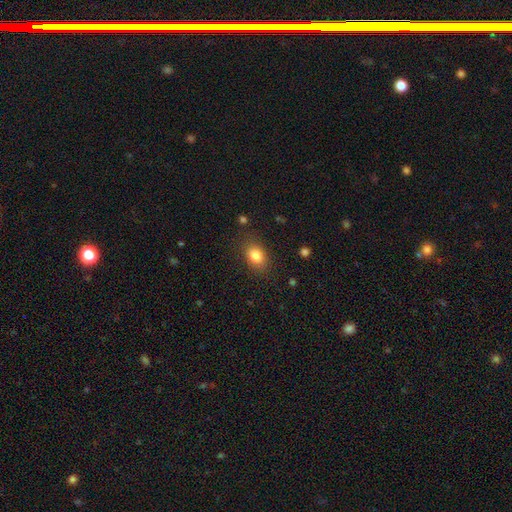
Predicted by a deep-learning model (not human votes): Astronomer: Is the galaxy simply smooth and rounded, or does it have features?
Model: smooth — 82%.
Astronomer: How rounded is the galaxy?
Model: in between — 70%.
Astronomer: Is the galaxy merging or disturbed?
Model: none — 83%.